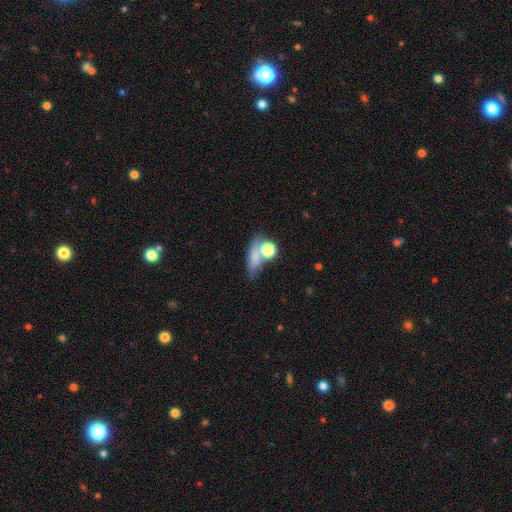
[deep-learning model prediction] smooth 69%, featured or disk 16%, star or artifact 15%. Down the decision tree: how rounded — in between (49%); merging — none (43%).